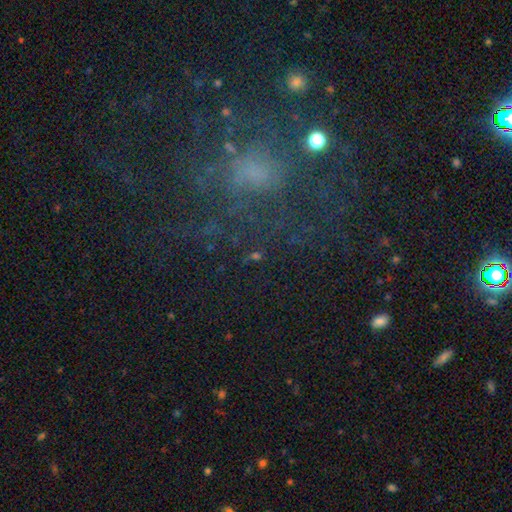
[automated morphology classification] smooth-or-featured: star or artifact: 53% | smooth: 25% | featured or disk: 22%